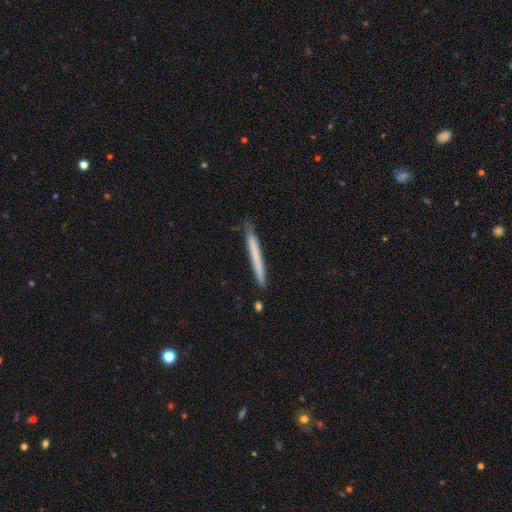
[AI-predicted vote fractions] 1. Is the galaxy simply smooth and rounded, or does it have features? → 63% smooth, 32% featured or disk, 5% star or artifact.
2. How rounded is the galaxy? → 97% cigar-shaped, 2% in between, 1% round.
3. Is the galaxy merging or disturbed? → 85% none, 12% minor disturbance, 2% major disturbance, 1% merger.